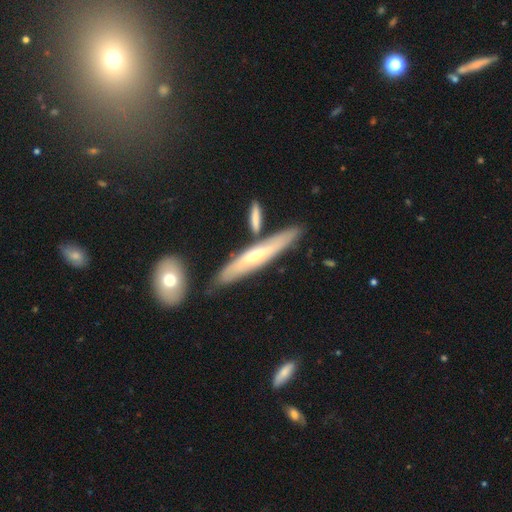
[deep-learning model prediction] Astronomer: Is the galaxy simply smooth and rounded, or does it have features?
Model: featured or disk — 61%.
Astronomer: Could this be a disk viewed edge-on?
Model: yes — 75%.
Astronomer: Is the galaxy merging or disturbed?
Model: none — 76%.